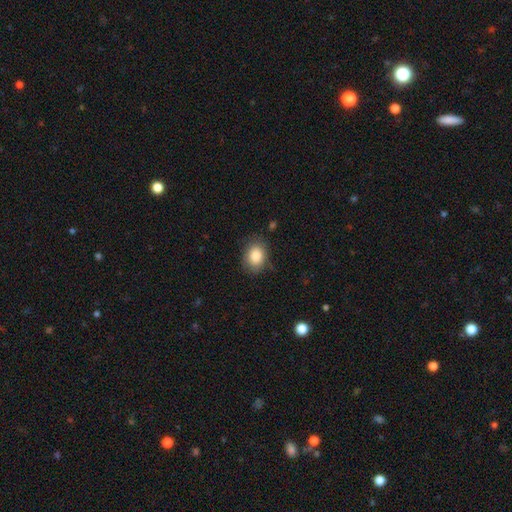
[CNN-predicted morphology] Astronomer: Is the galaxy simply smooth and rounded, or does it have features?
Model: smooth — 85%.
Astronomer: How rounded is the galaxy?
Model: in between — 71%.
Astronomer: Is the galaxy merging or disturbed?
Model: none — 76%.